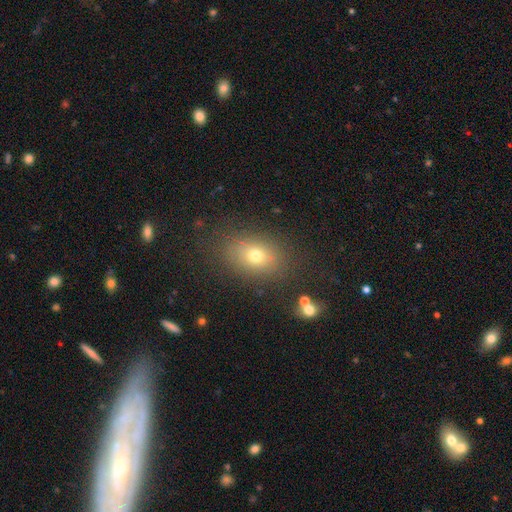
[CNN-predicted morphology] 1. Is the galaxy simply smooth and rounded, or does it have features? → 70% smooth, 15% star or artifact, 15% featured or disk.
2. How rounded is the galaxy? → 72% in between, 27% round, 2% cigar-shaped.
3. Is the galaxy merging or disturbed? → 82% none, 11% minor disturbance, 5% major disturbance, 2% merger.